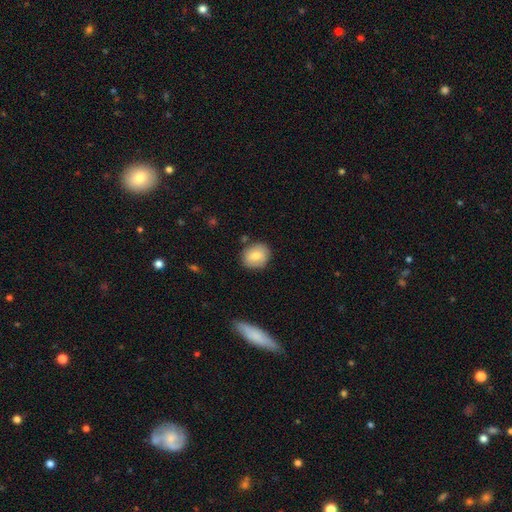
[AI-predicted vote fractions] Overall: smooth (78%). How rounded: round (70%). Merging: none (82%).